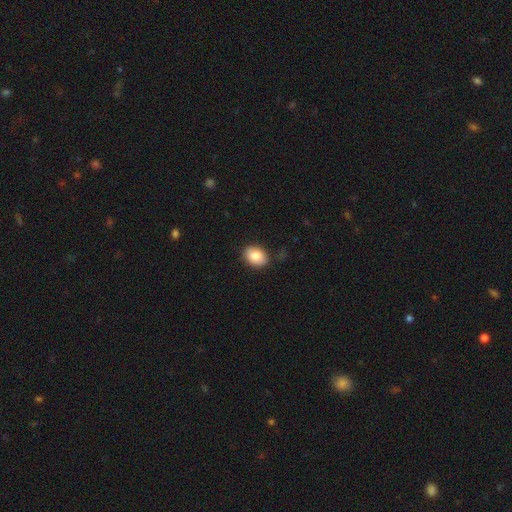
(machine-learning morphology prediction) The model was most divided on "how rounded": in between: 69%, round: 30%, cigar-shaped: 1%. More confident: smooth or featured — smooth (85%); merging — none (84%).